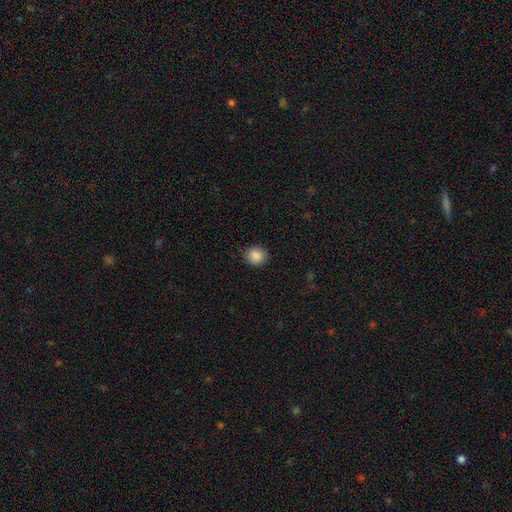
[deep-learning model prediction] The model was most divided on "how rounded": round: 85%, in between: 14%, cigar-shaped: 1%. More confident: merging — none (89%); smooth or featured — smooth (88%).